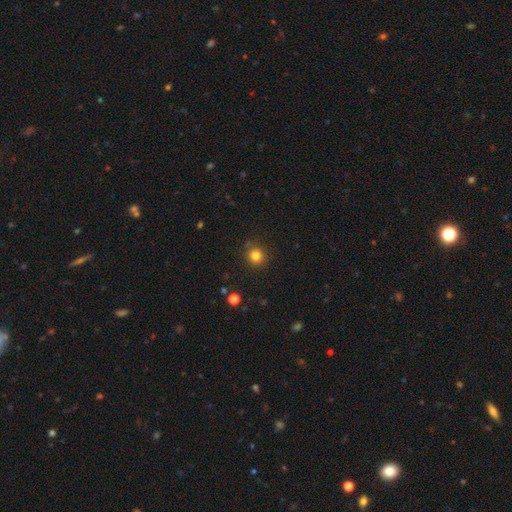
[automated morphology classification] Smooth or featured? smooth (81%)
How rounded? round (92%)
Merging? none (87%)